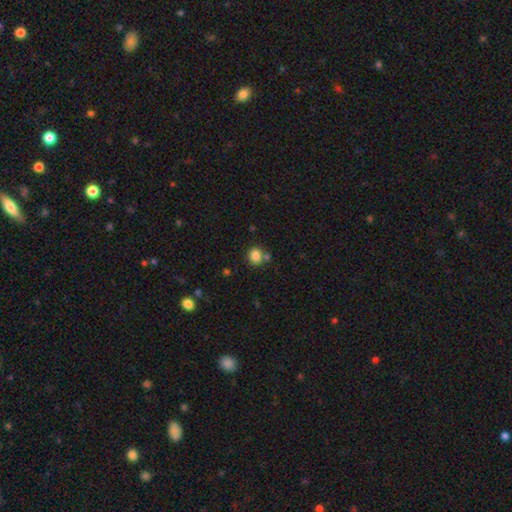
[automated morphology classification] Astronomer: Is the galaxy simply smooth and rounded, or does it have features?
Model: smooth — 84%.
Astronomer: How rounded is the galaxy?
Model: round — 75%.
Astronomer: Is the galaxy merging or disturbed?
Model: none — 71%.